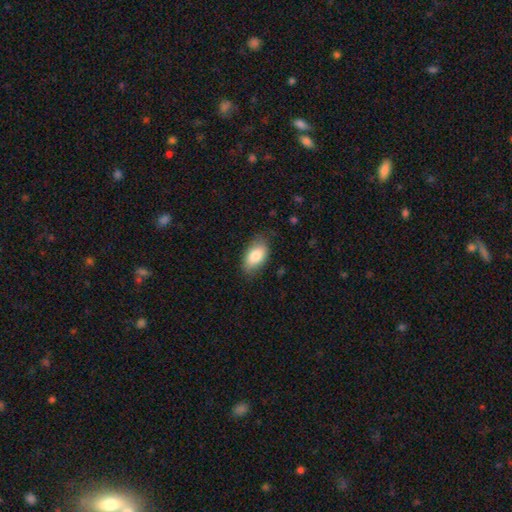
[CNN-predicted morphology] A smooth galaxy with no disk features (82%) that is in between round and cigar-shaped (93%). Merging: none (78%).